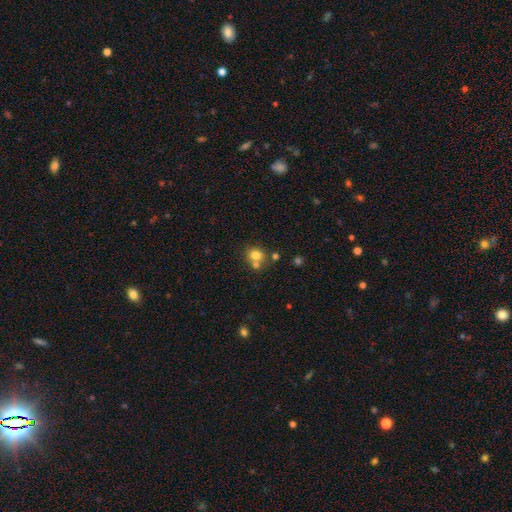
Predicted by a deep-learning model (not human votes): The model was most divided on "merging": none: 54%, merger: 34%, minor disturbance: 9%, major disturbance: 3%. More confident: how rounded — round (78%); smooth or featured — smooth (75%).